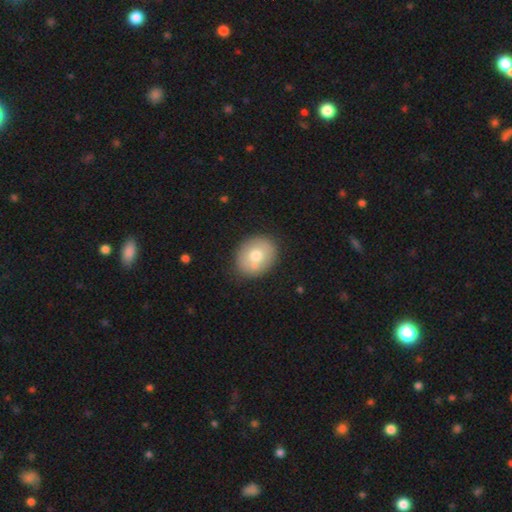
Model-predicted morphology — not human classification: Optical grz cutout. It shows a smooth galaxy with no disk features (70%) that is round (55%). Merging: none (76%).